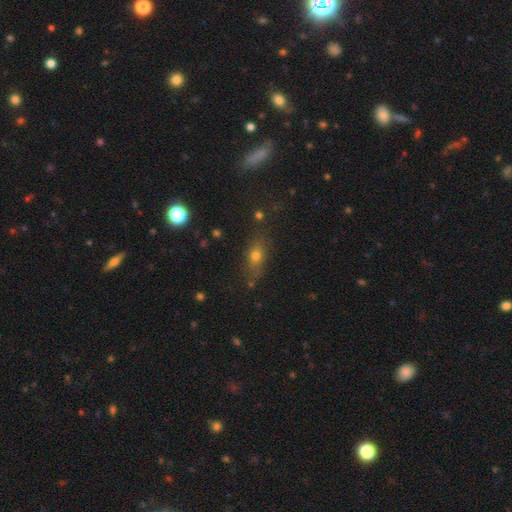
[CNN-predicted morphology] A smooth galaxy with no disk features (66%) that is in between round and cigar-shaped (62%). Merging: none (73%).